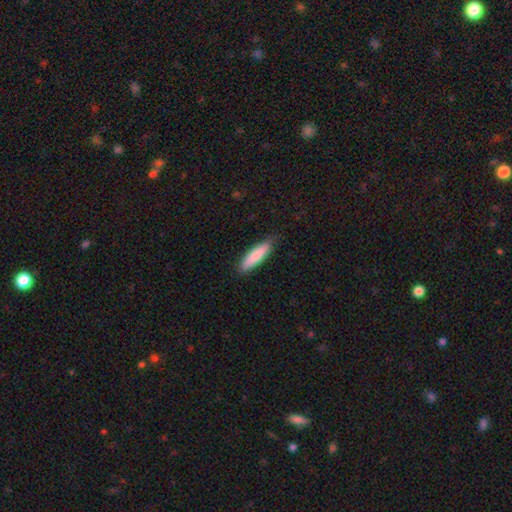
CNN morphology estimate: smooth 83%, featured or disk 11%, star or artifact 5%. Down the decision tree: how rounded — cigar-shaped (67%); merging — none (84%).